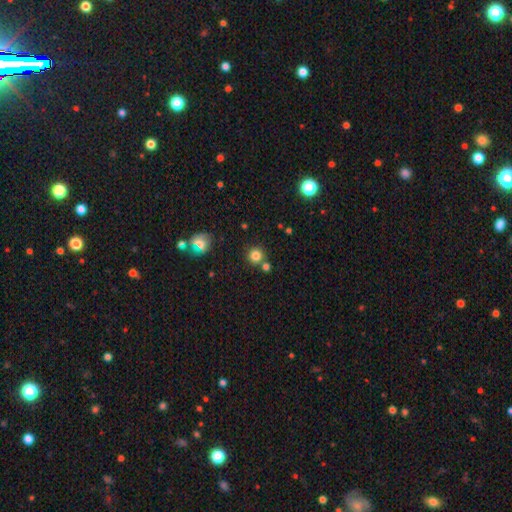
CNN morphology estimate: Q: Smooth or featured?
A: smooth (80%); runner-up: star or artifact (14%)
Q: How rounded?
A: round (92%); runner-up: in between (7%)
Q: Merging?
A: none (74%); runner-up: merger (15%)